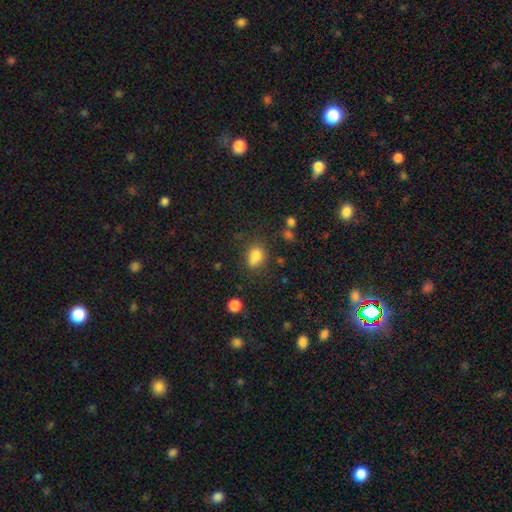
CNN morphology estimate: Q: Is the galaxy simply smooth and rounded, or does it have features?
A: smooth — 80%.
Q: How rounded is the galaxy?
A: in between — 52%.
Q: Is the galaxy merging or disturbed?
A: none — 55%.